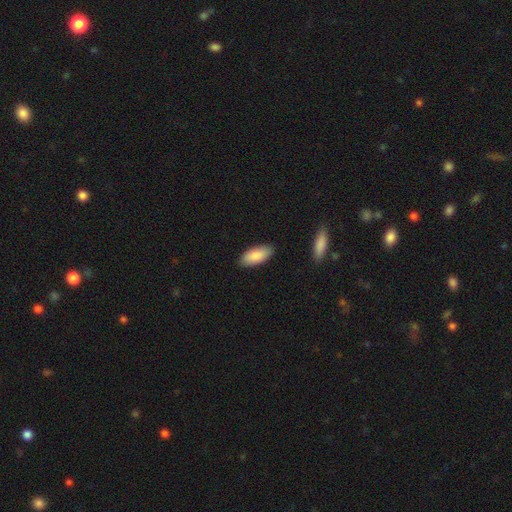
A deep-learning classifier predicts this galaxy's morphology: smooth-or-featured: smooth: 85% | featured or disk: 9% | star or artifact: 6%
  how-rounded: in between: 88% | cigar-shaped: 10% | round: 2%
  merging: none: 87% | minor disturbance: 10% | major disturbance: 2% | merger: 1%